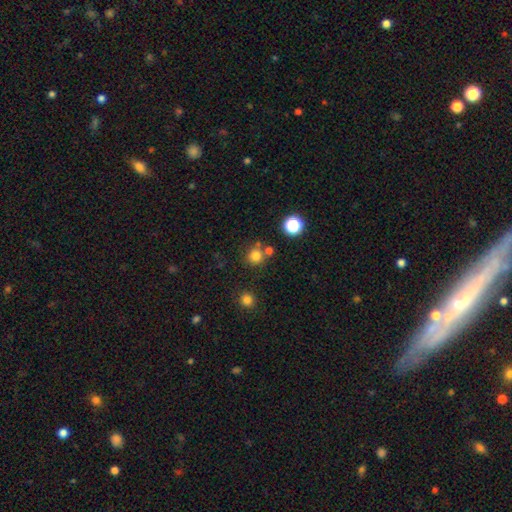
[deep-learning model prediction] smooth 77%, star or artifact 17%, featured or disk 6%. Down the decision tree: how rounded — round (92%); merging — none (74%).